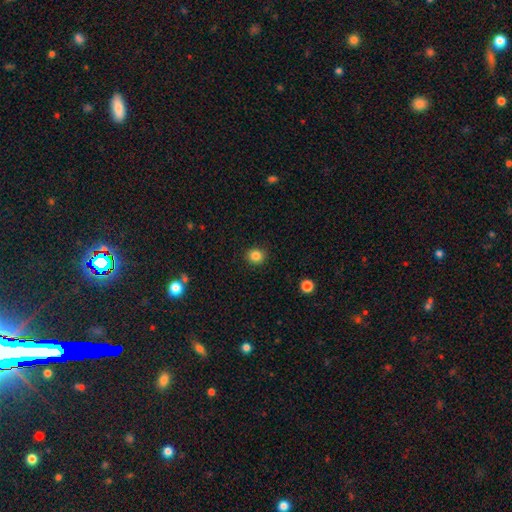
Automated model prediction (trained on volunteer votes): This is clearly a smooth galaxy (84%). How rounded: clearly round (87%). Merging: clearly none (91%).